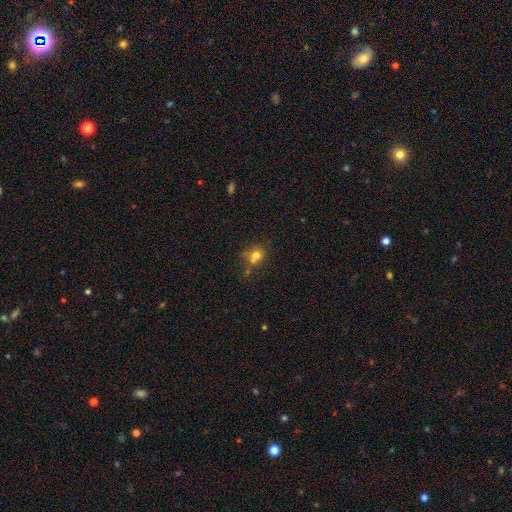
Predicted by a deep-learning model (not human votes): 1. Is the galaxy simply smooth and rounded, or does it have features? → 71% smooth, 15% star or artifact, 14% featured or disk.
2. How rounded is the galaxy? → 65% round, 34% in between, 1% cigar-shaped.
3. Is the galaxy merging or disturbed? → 43% none, 36% merger, 15% minor disturbance, 7% major disturbance.